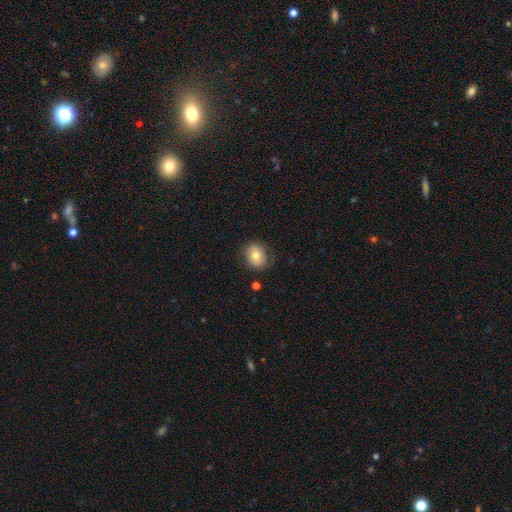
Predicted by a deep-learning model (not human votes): The model was most divided on "how rounded": round: 63%, in between: 36%, cigar-shaped: 1%. More confident: merging — none (79%); smooth or featured — smooth (73%).